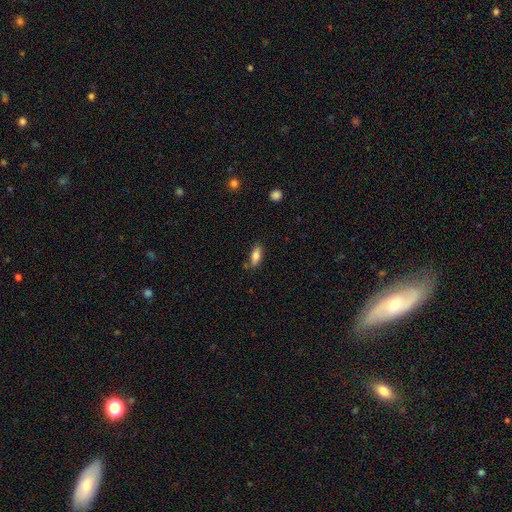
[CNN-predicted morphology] A smooth galaxy with no disk features (82%) that is in between round and cigar-shaped (79%).

Vote fractions:
- Smooth or featured? smooth: 82% / featured or disk: 10% / star or artifact: 7%
- How rounded? in between: 79% / cigar-shaped: 18% / round: 2%
- Merging? none: 78% / minor disturbance: 14% / merger: 5% / major disturbance: 3%